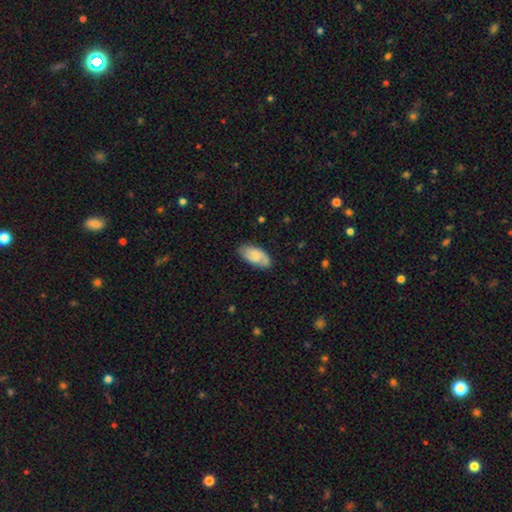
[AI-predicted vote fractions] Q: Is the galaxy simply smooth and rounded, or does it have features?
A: smooth — 49%.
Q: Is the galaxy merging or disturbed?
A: none — 76%.